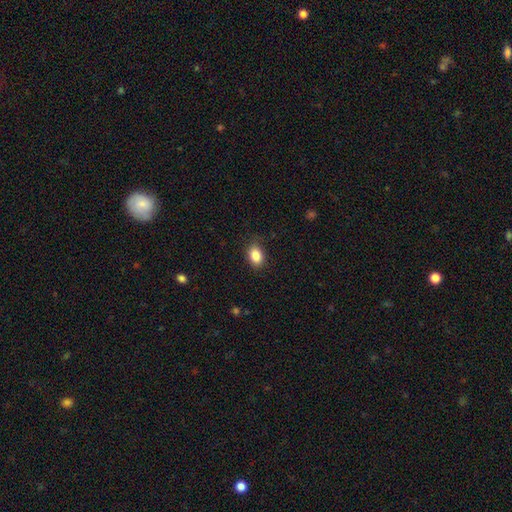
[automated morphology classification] Q: Smooth or featured?
A: smooth (86%); runner-up: star or artifact (9%)
Q: How rounded?
A: in between (77%); runner-up: round (22%)
Q: Merging?
A: none (85%); runner-up: minor disturbance (12%)